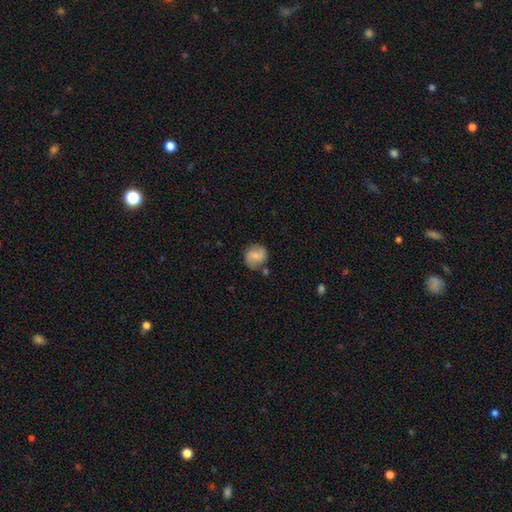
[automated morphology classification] Smooth or featured?
  - featured or disk: 52% *
  - smooth: 41%
  - star or artifact: 8%
Edge-on disk?
  - no: 98% *
  - yes: 2%
Bar?
  - weak: 48% *
  - no: 39%
  - strong: 13%
Spiral arms?
  - yes: 89% *
  - no: 11%
Bulge size?
  - small: 50% *
  - moderate: 31%
  - none: 16%
  - large: 2%
  - dominant: 1%
Merging?
  - none: 72% *
  - minor disturbance: 17%
  - merger: 7%
  - major disturbance: 5%